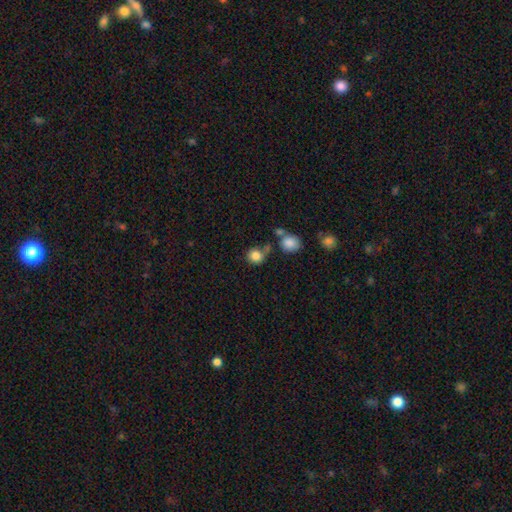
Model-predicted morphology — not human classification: smooth-or-featured: smooth: 83% | star or artifact: 10% | featured or disk: 7%
  how-rounded: round: 84% | in between: 15% | cigar-shaped: 1%
  merging: none: 56% | merger: 19% | minor disturbance: 17% | major disturbance: 8%